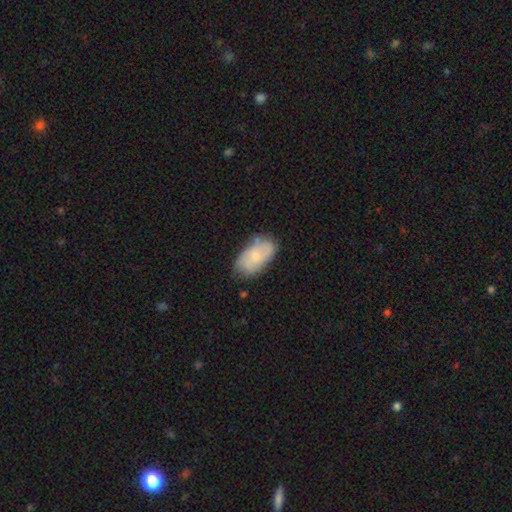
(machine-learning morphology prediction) smooth_or_featured: smooth (p=0.59) [alt: featured or disk p=0.34]
how_rounded: in between (p=0.93) [alt: round p=0.05]
merging: none (p=0.63) [alt: minor disturbance p=0.26]